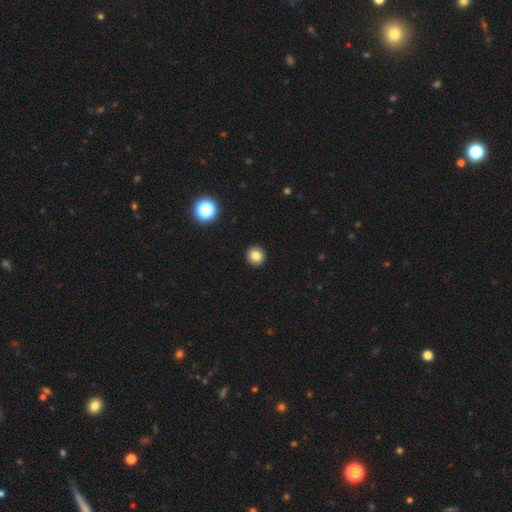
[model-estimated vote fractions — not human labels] This is clearly a smooth galaxy (82%). How rounded: clearly round (92%). Merging: clearly none (93%).